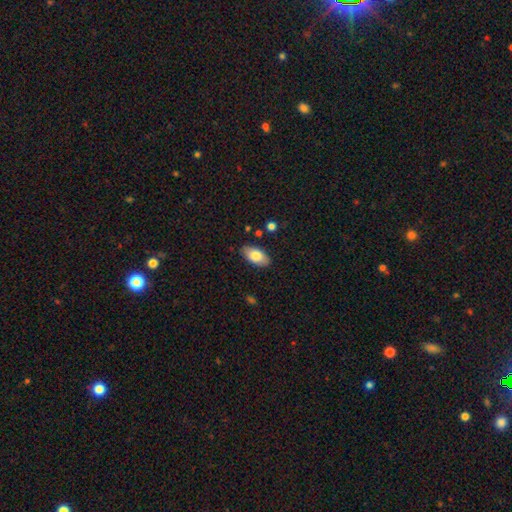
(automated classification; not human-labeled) Smooth or featured? Predicted: smooth (p=0.77). How rounded? Predicted: in between (p=0.94). Merging? Predicted: none (p=0.86).